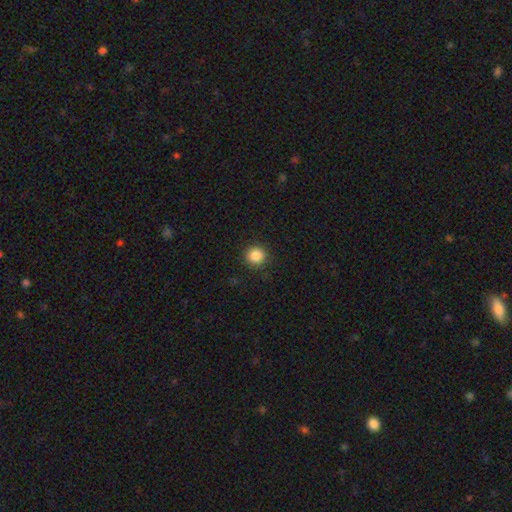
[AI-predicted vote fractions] A smooth galaxy with no disk features (86%) that is round (94%).

Vote fractions:
- Smooth or featured? smooth: 86% / star or artifact: 10% / featured or disk: 4%
- How rounded? round: 94% / in between: 5% / cigar-shaped: 1%
- Merging? none: 92% / minor disturbance: 6% / major disturbance: 2% / merger: 1%